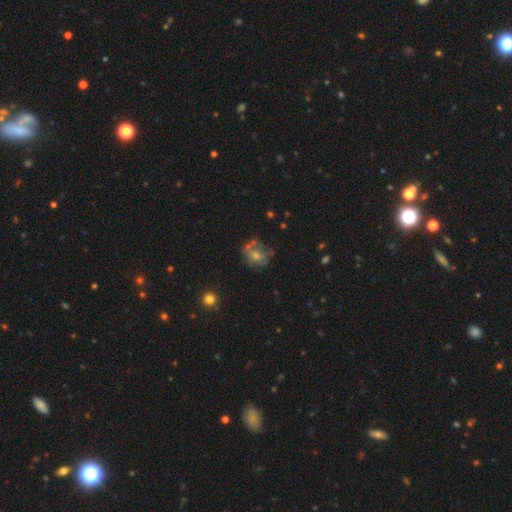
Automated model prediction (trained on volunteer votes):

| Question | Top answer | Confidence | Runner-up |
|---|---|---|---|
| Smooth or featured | featured or disk | 50% | smooth (34%) |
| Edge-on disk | no | 96% | yes (4%) |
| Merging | none | 52% | minor disturbance (23%) |